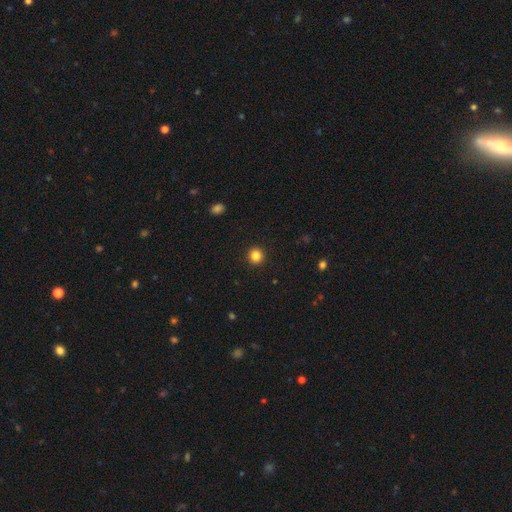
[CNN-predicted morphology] Smooth or featured? Predicted: smooth (p=0.84). How rounded? Predicted: round (p=0.94). Merging? Predicted: none (p=0.94).